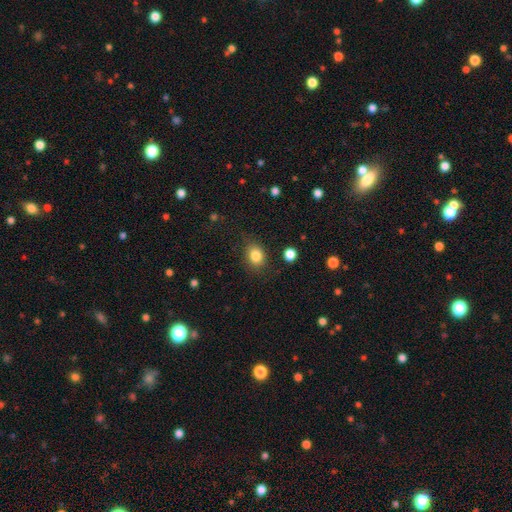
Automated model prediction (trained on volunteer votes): A smooth galaxy with no disk features (83%) that is in between round and cigar-shaped (50%).

Vote fractions:
- Smooth or featured? smooth: 83% / star or artifact: 10% / featured or disk: 7%
- How rounded? in between: 50% / round: 49% / cigar-shaped: 1%
- Merging? none: 81% / minor disturbance: 13% / major disturbance: 4% / merger: 2%